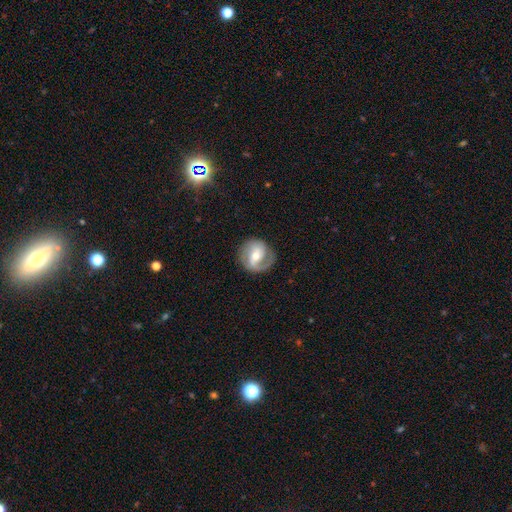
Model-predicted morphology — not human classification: featured or disk 78%, smooth 17%, star or artifact 5%. Down the decision tree: edge-on disk — no (97%); bar — weak (43%); spiral arms — yes (91%); spiral arm count — 2 (73%); spiral winding — medium (45%); bulge size — moderate (61%); merging — none (78%).